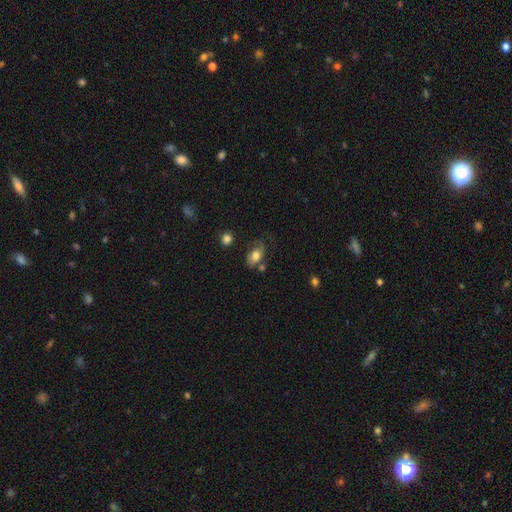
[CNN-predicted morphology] This appears to be a smooth galaxy with no disk features (64%) that is in between round and cigar-shaped (84%). Merging: none (44%).